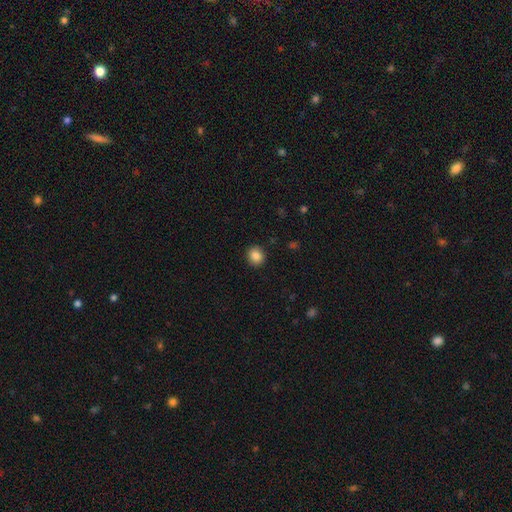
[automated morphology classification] This appears to be a smooth galaxy with no disk features (86%) that is round (80%). Merging: none (91%).